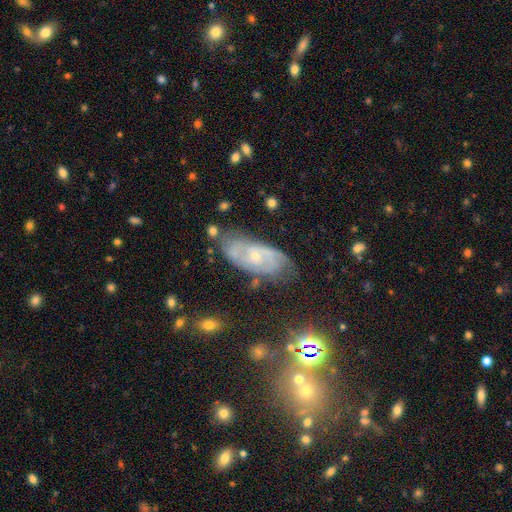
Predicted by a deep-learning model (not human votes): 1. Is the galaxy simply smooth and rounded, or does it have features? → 74% featured or disk, 16% smooth, 9% star or artifact.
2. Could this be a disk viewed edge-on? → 93% no, 7% yes.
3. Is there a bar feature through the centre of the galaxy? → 65% no, 29% weak, 6% strong.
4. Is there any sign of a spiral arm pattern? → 86% yes, 14% no.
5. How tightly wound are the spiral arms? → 53% tight, 36% medium, 11% loose.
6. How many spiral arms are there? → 44% 2, 38% can't tell, 9% 3, 4% 4, 3% 1, 3% more than 4.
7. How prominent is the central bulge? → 70% small, 26% moderate, 2% none, 1% large, 1% dominant.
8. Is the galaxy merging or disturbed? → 65% none, 23% minor disturbance, 8% major disturbance, 4% merger.